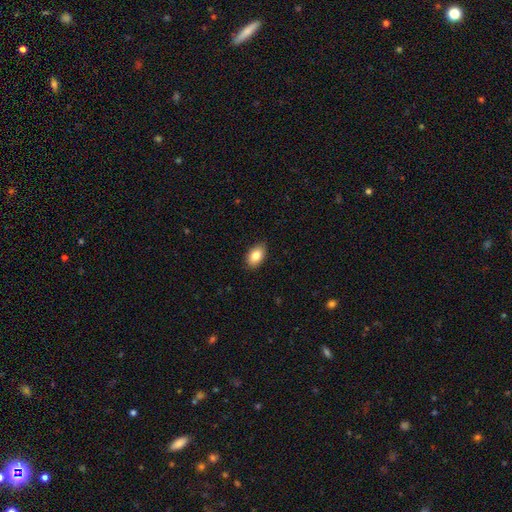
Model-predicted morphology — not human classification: This is clearly a smooth galaxy (85%). How rounded: clearly in between (91%). Merging: clearly none (87%).